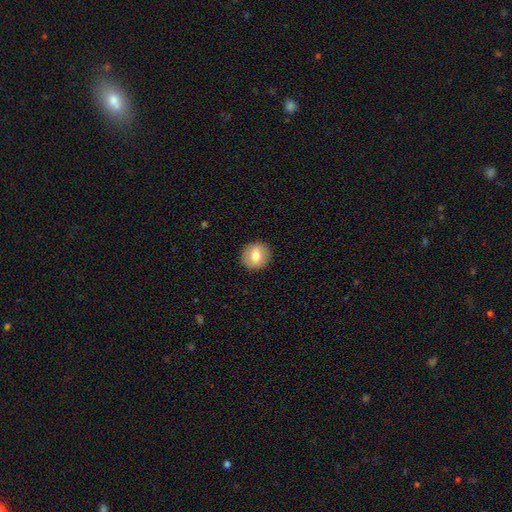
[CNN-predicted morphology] Smooth or featured: smooth — 63% (featured or disk — 29%)
How rounded: round — 86% (in between — 13%)
Merging: none — 90% (minor disturbance — 7%)